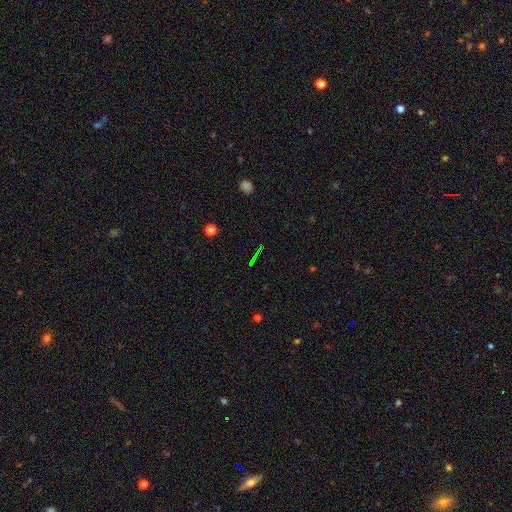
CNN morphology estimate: Smooth or featured?
  - star or artifact: 68% *
  - smooth: 18%
  - featured or disk: 15%